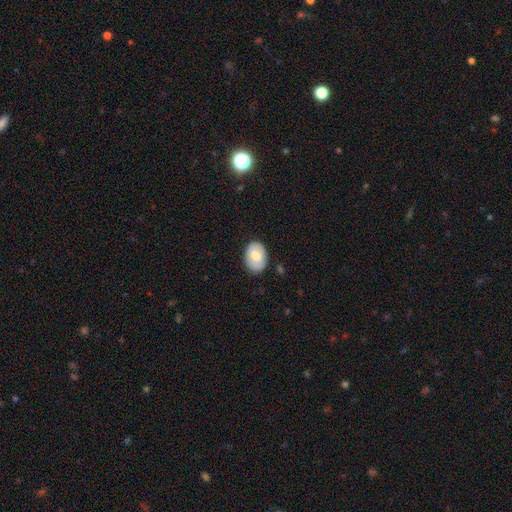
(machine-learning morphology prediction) Smooth or featured?
  - smooth: 68% *
  - featured or disk: 26%
  - star or artifact: 6%
How rounded?
  - in between: 82% *
  - round: 17%
  - cigar-shaped: 1%
Merging?
  - none: 84% *
  - minor disturbance: 12%
  - major disturbance: 3%
  - merger: 1%